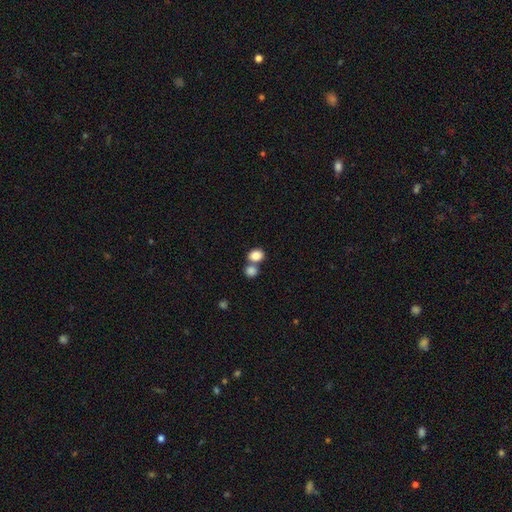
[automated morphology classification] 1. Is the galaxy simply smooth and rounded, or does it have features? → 84% smooth, 9% star or artifact, 6% featured or disk.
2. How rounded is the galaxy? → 57% round, 42% in between, 1% cigar-shaped.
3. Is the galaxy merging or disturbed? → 49% none, 40% merger, 8% minor disturbance, 3% major disturbance.